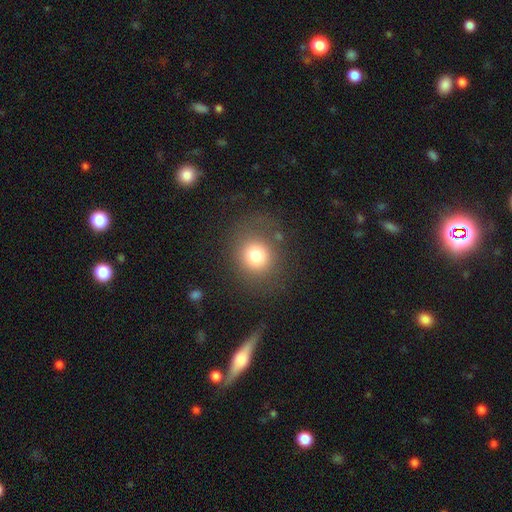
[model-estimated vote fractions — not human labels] smooth 76%, star or artifact 13%, featured or disk 11%. Down the decision tree: how rounded — round (82%); merging — none (77%).